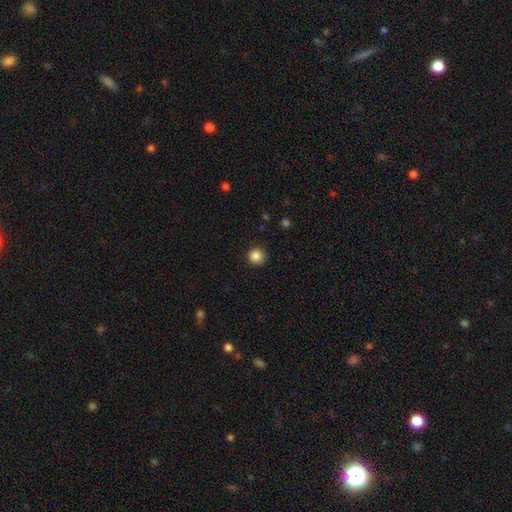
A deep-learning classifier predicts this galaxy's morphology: Q: Smooth or featured?
A: smooth (86%); runner-up: star or artifact (11%)
Q: How rounded?
A: round (95%); runner-up: in between (4%)
Q: Merging?
A: none (91%); runner-up: minor disturbance (6%)